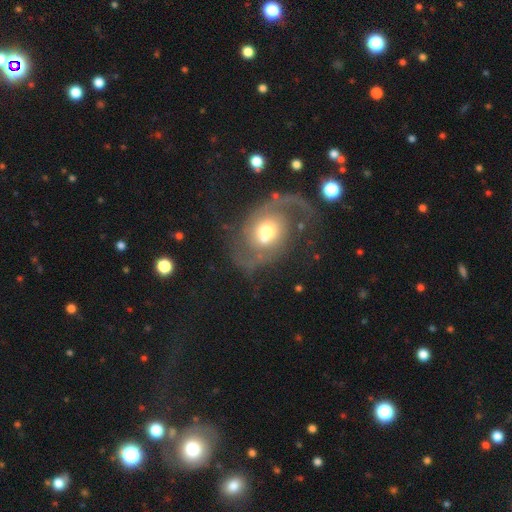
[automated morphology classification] A featured or disk galaxy (85%) with no bar (63%), 2 (87%) medium (47%) spiral arms (95%) and a moderate central bulge (65%).

Vote fractions:
- Smooth or featured? featured or disk: 85% / smooth: 8% / star or artifact: 7%
- Edge-on disk? no: 97% / yes: 3%
- Bar? no: 63% / weak: 29% / strong: 8%
- Spiral arms? yes: 95% / no: 5%
- Spiral winding? medium: 47% / loose: 36% / tight: 17%
- Spiral arm count? 2: 87% / 1: 4% / can't tell: 4% / 3: 2% / 4: 1% / more than 4: 1%
- Bulge size? moderate: 65% / large: 17% / small: 15% / dominant: 2% / none: 1%
- Merging? none: 65% / major disturbance: 17% / minor disturbance: 15% / merger: 3%